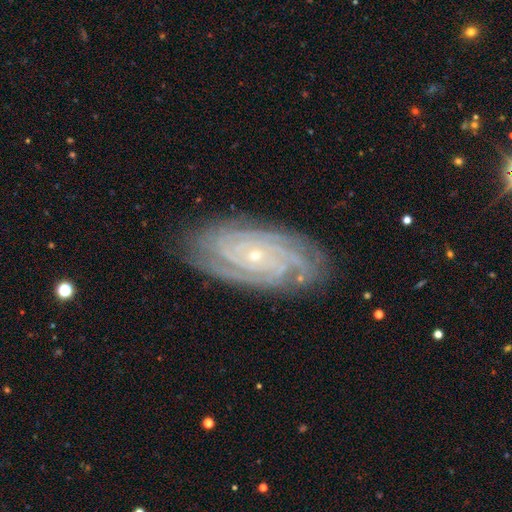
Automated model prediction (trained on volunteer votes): This is clearly a featured or disk galaxy (89%). It is clearly not viewed edge-on (95%). Bar: likely no (77%). Spiral arm pattern: clearly yes (98%). Spiral arm count: marginally 4 (25%). Spiral winding: clearly tight (80%). Central bulge: clearly small (84%). Merging: clearly none (82%).